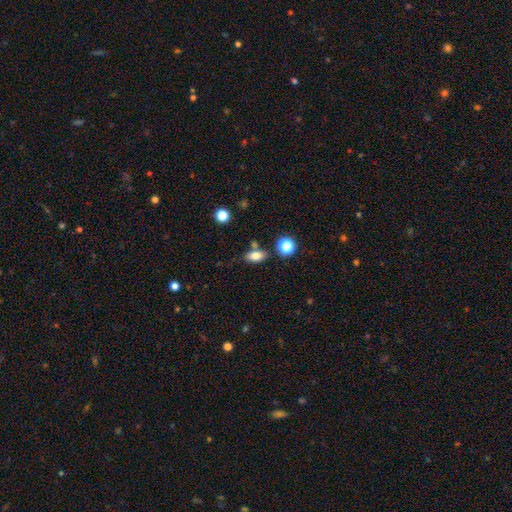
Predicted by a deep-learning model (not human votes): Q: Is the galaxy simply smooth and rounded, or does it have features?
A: smooth — 80%.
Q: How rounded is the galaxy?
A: in between — 83%.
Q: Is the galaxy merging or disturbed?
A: none — 73%.